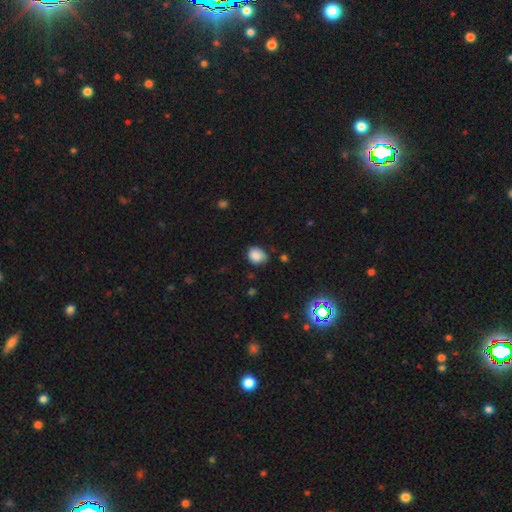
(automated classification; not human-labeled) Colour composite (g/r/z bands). It shows a smooth galaxy with no disk features (84%) that is round (53%). Merging: none (70%).